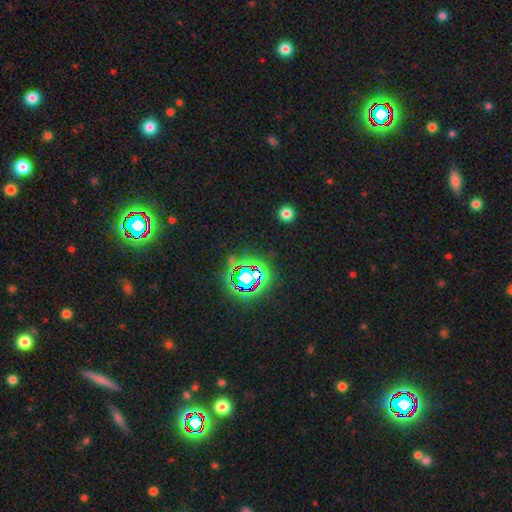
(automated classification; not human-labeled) The model was most divided on "smooth or featured": star or artifact: 81%, smooth: 12%, featured or disk: 8%.